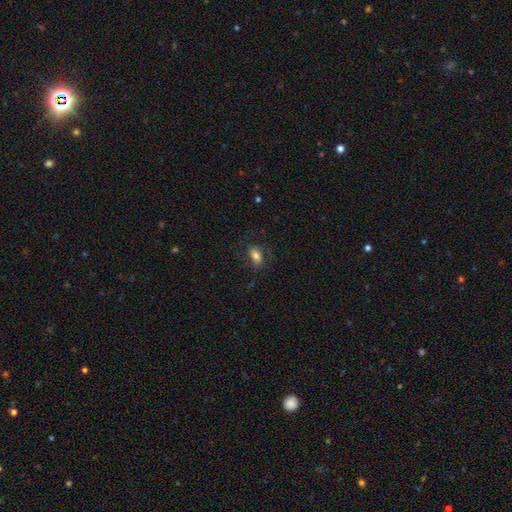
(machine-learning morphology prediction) A smooth galaxy with no disk features (72%) that is in between round and cigar-shaped (87%). Merging: none (70%).